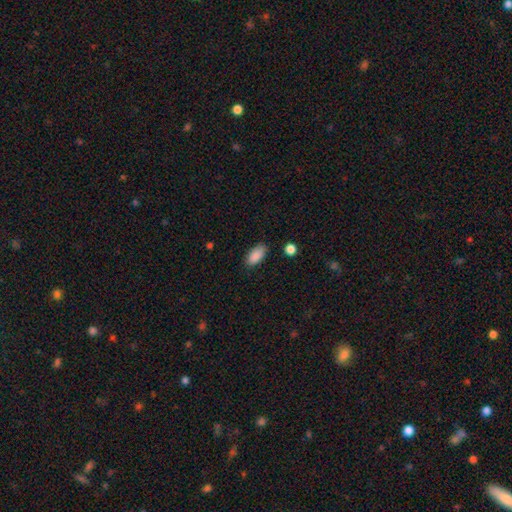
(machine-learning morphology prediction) Smooth or featured? smooth (89%)
How rounded? in between (91%)
Merging? none (83%)